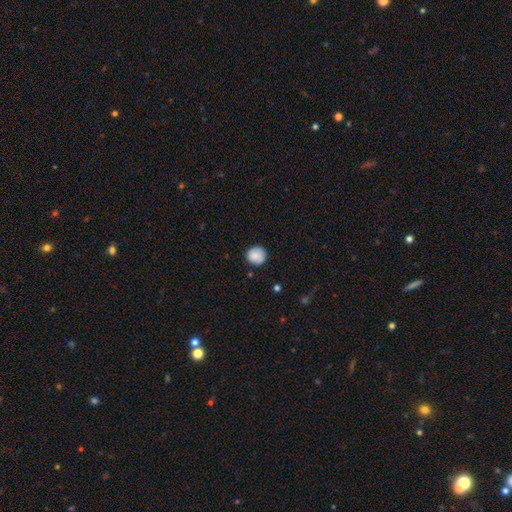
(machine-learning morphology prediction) Overall: smooth (85%). How rounded: round (93%). Merging: none (84%).